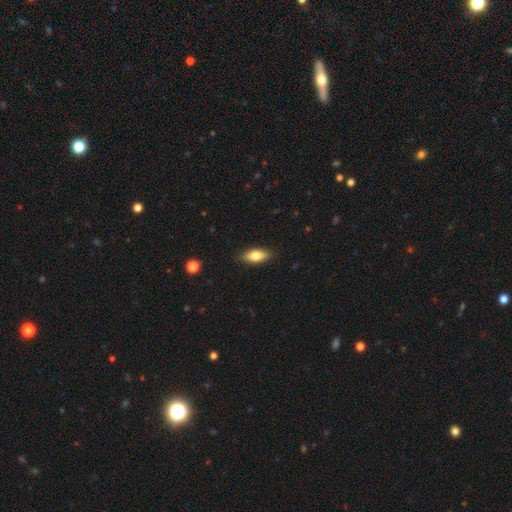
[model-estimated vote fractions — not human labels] Smooth or featured? Predicted: smooth (p=0.78). How rounded? Predicted: in between (p=0.81). Merging? Predicted: none (p=0.87).